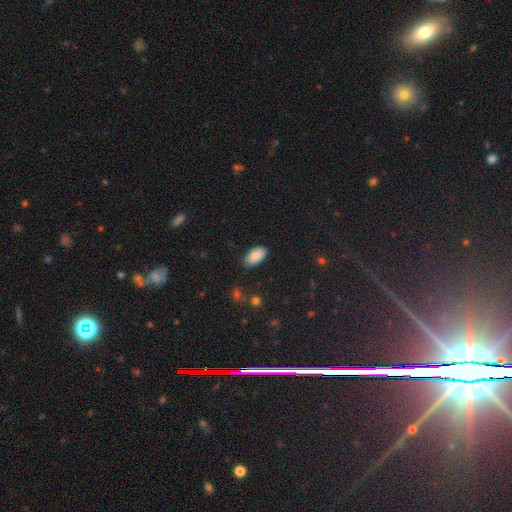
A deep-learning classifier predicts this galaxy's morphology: type=smooth (84%); roundness=in between (95%); merging=none (85%).